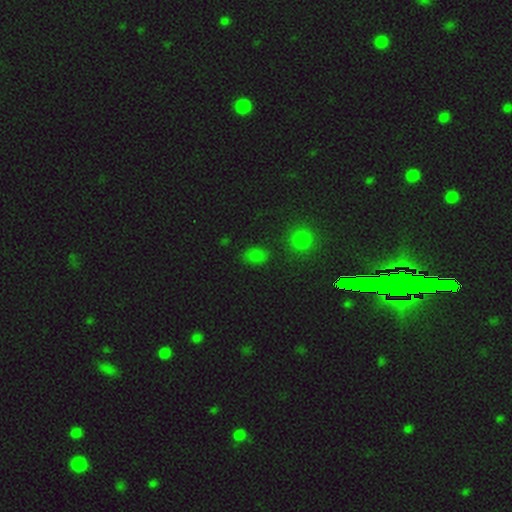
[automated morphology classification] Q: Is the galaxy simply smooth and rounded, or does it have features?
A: smooth — 71%.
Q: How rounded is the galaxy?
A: in between — 71%.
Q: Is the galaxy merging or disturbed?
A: none — 79%.